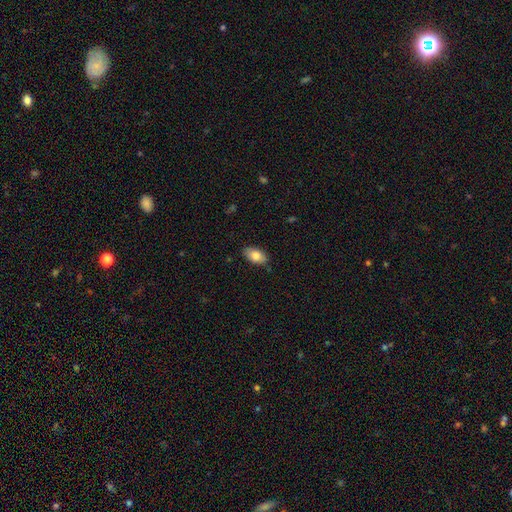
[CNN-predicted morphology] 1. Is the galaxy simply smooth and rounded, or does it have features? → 82% smooth, 11% featured or disk, 7% star or artifact.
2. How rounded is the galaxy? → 93% in between, 5% round, 2% cigar-shaped.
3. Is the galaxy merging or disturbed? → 85% none, 12% minor disturbance, 2% major disturbance, 1% merger.